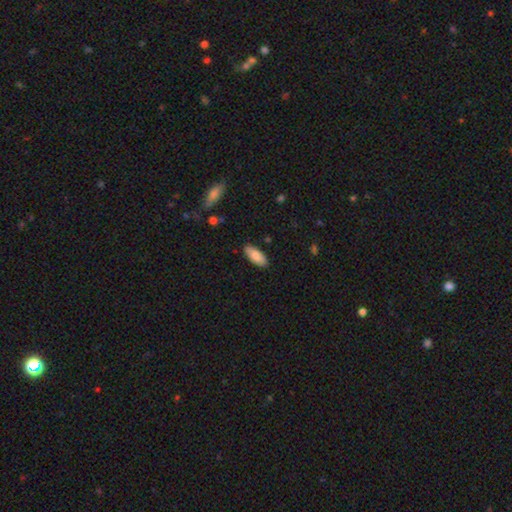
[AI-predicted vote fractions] smooth_or_featured: smooth (p=0.85) [alt: featured or disk p=0.09]
how_rounded: in between (p=0.82) [alt: cigar-shaped p=0.17]
merging: none (p=0.86) [alt: minor disturbance p=0.10]